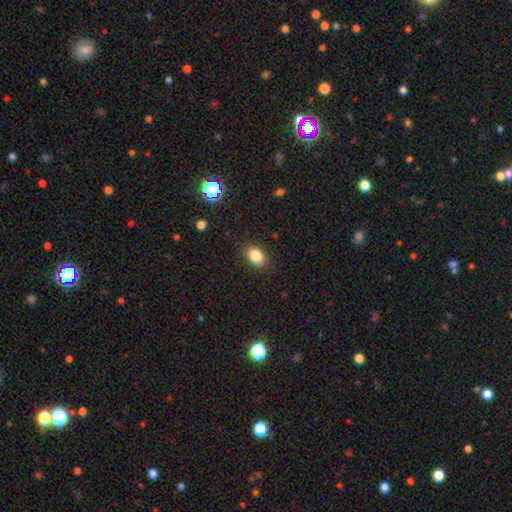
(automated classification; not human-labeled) smooth 84%, star or artifact 10%, featured or disk 6%. Down the decision tree: how rounded — in between (75%); merging — none (84%).